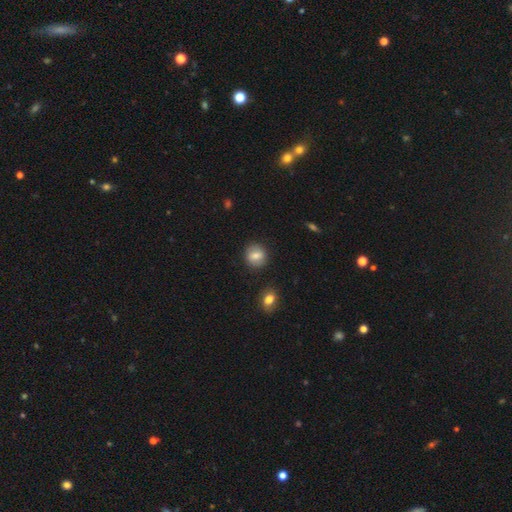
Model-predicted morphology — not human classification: smooth 75%, featured or disk 17%, star or artifact 8%. Down the decision tree: how rounded — round (76%); merging — none (85%).